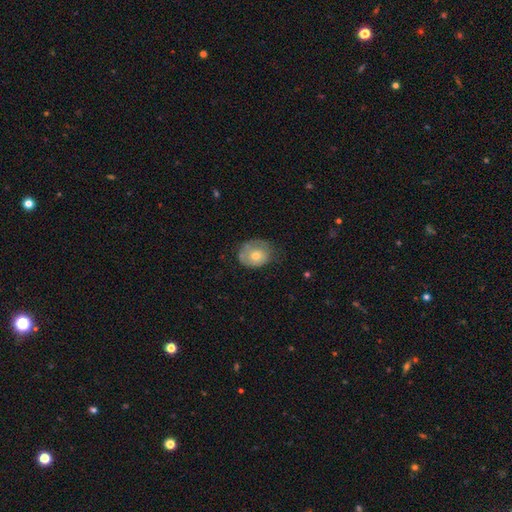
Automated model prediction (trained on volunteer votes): Morphology: type=smooth (60%); roundness=round (56%); merging=none (51%).